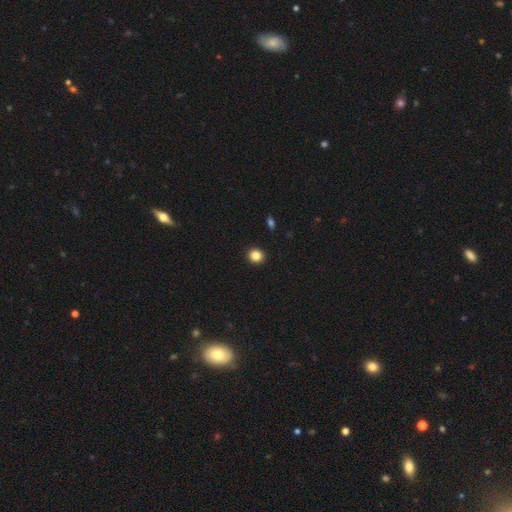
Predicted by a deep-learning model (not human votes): smooth 84%, star or artifact 11%, featured or disk 4%. Down the decision tree: how rounded — round (89%); merging — none (93%).